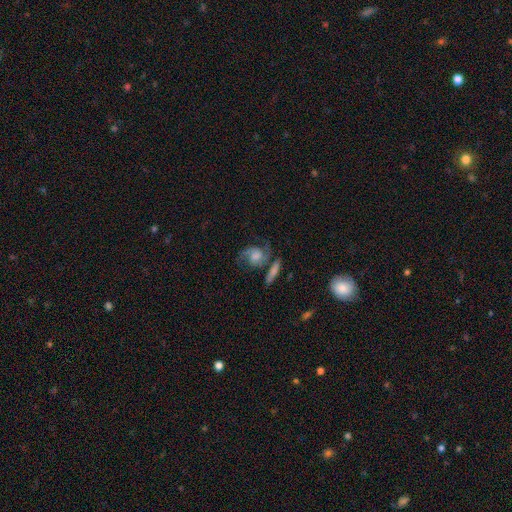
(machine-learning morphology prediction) Smooth or featured?
  - featured or disk: 76% *
  - smooth: 15%
  - star or artifact: 9%
Edge-on disk?
  - no: 95% *
  - yes: 5%
Bar?
  - no: 63% *
  - weak: 30%
  - strong: 7%
Spiral arms?
  - yes: 95% *
  - no: 5%
Spiral winding?
  - medium: 52% *
  - loose: 29%
  - tight: 19%
Spiral arm count?
  - 2: 86% *
  - can't tell: 5%
  - 1: 3%
  - 3: 3%
  - 4: 1%
  - more than 4: 1%
Bulge size?
  - moderate: 37% *
  - large: 27%
  - small: 19%
  - none: 14%
  - dominant: 4%
Merging?
  - none: 59% *
  - minor disturbance: 16%
  - merger: 14%
  - major disturbance: 12%